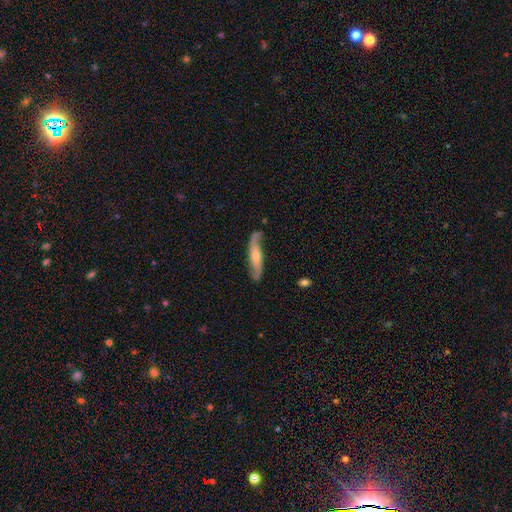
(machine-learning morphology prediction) Smooth or featured? Predicted: featured or disk (p=0.66). Edge-on disk? Predicted: no (p=0.67). Merging? Predicted: none (p=0.69).